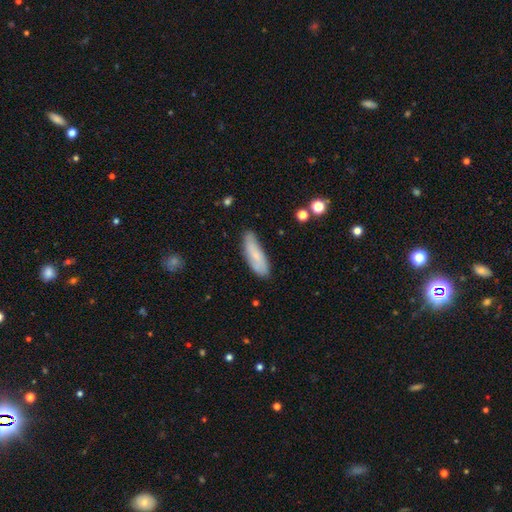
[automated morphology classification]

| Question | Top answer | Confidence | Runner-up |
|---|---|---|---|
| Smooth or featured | smooth | 63% | featured or disk (30%) |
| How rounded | in between | 52% | cigar-shaped (46%) |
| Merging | none | 77% | minor disturbance (18%) |